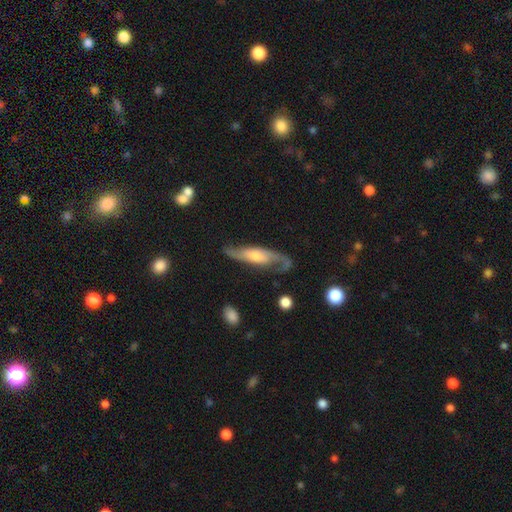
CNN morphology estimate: Smooth or featured? featured or disk (76%)
Edge-on disk? no (71%)
Bar? no (57%)
Spiral arms? yes (92%)
Bulge size? moderate (53%)
Merging? none (62%)